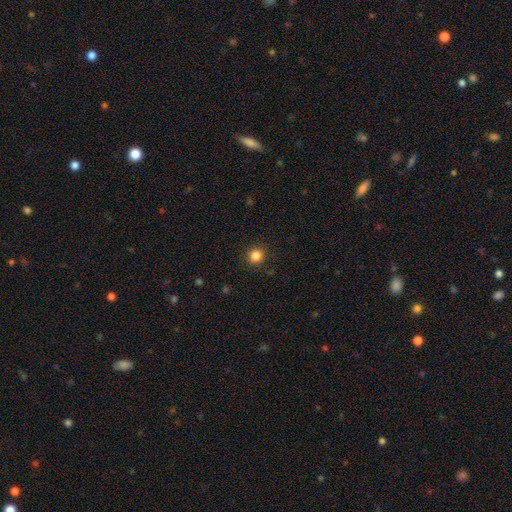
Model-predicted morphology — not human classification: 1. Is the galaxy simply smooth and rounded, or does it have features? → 85% smooth, 11% star or artifact, 3% featured or disk.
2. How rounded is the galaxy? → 90% round, 9% in between, 1% cigar-shaped.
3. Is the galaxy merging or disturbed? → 91% none, 6% minor disturbance, 2% major disturbance, 1% merger.